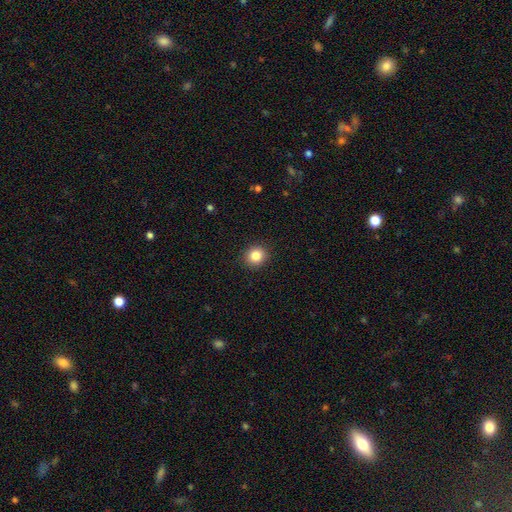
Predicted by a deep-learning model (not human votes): This is clearly a smooth galaxy (84%). How rounded: clearly round (86%). Merging: clearly none (91%).